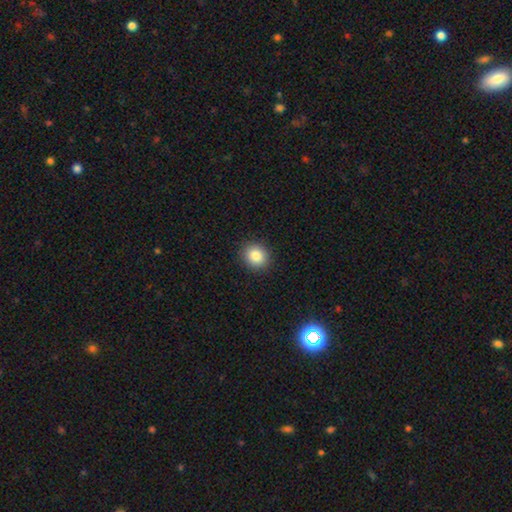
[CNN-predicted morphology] The model was most divided on "how rounded": round: 78%, in between: 21%, cigar-shaped: 1%. More confident: merging — none (90%); smooth or featured — smooth (85%).